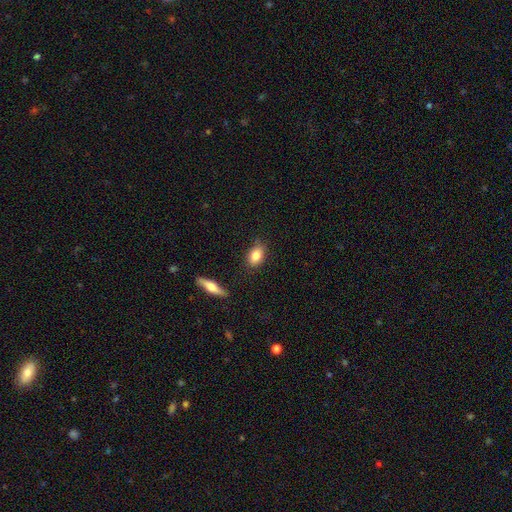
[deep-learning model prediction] smooth_or_featured: smooth (p=0.81) [alt: featured or disk p=0.11]
how_rounded: in between (p=0.79) [alt: round p=0.17]
merging: none (p=0.81) [alt: minor disturbance p=0.14]